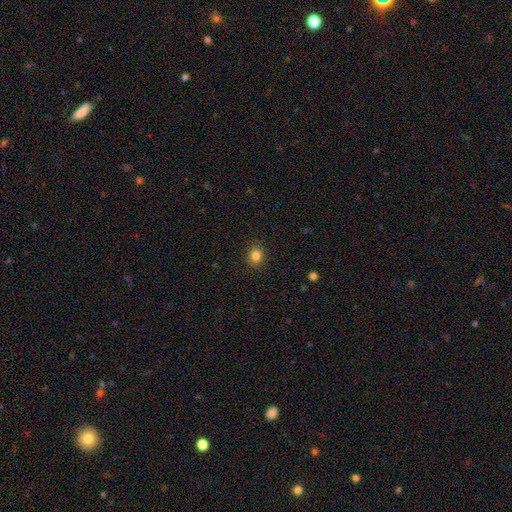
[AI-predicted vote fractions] smooth_or_featured: smooth (p=0.83) [alt: star or artifact p=0.12]
how_rounded: round (p=0.71) [alt: in between p=0.28]
merging: none (p=0.90) [alt: minor disturbance p=0.07]